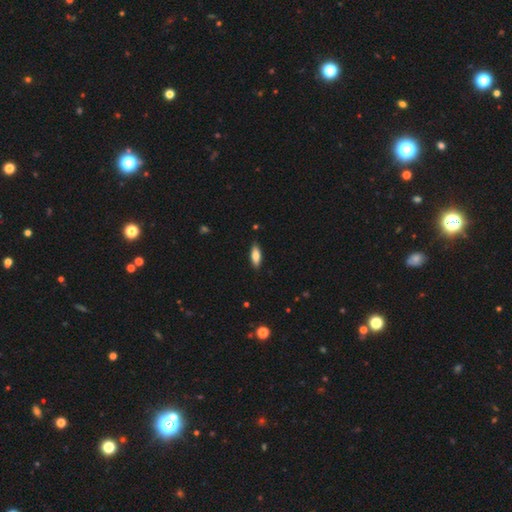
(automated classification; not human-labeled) Smooth or featured? Predicted: smooth (p=0.77). How rounded? Predicted: in between (p=0.69). Merging? Predicted: none (p=0.87).